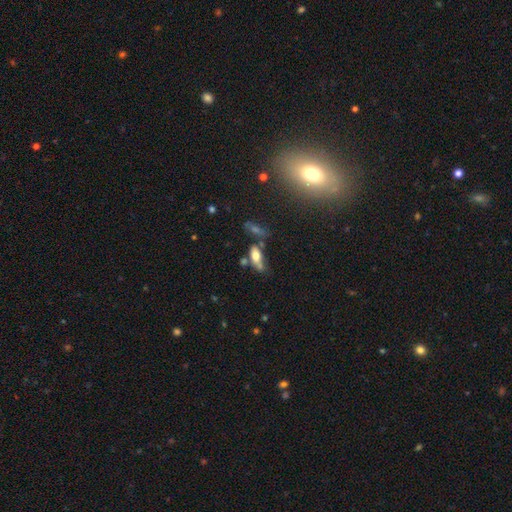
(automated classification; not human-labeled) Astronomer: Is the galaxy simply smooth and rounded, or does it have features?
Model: smooth — 64%.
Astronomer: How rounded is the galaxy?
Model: in between — 78%.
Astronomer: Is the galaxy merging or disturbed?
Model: none — 39% (runner-up: merger, 27%).